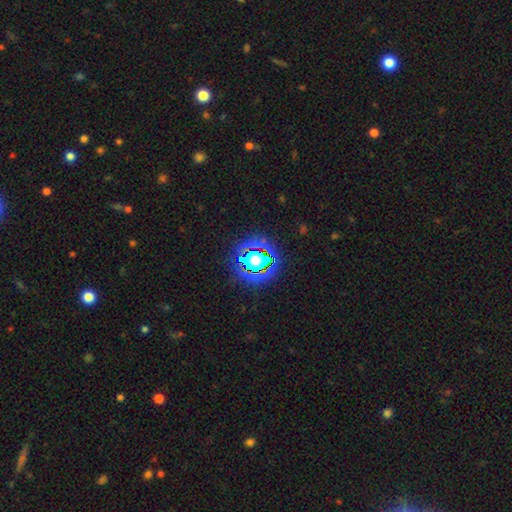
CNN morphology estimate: Q: Smooth or featured?
A: star or artifact (78%); runner-up: smooth (13%)